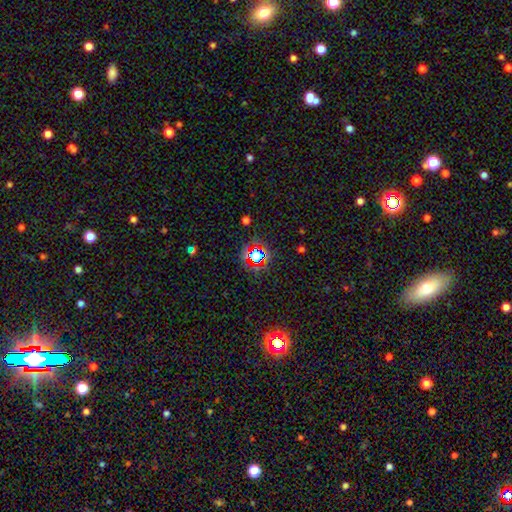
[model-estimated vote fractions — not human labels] This is likely a star or artifact rather than a galaxy (67%).